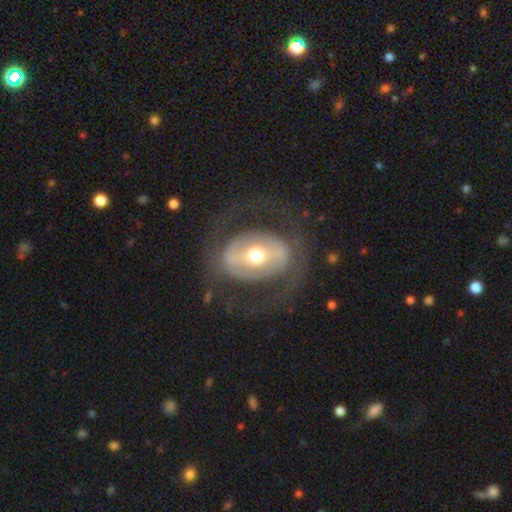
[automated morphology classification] Smooth or featured?
  - featured or disk: 70% *
  - smooth: 24%
  - star or artifact: 6%
Edge-on disk?
  - no: 94% *
  - yes: 6%
Bar?
  - strong: 44% *
  - weak: 28%
  - no: 28%
Spiral arms?
  - no: 66% *
  - yes: 34%
Bulge size?
  - moderate: 71% *
  - large: 16%
  - small: 10%
  - dominant: 2%
  - none: 1%
Merging?
  - none: 69% *
  - major disturbance: 16%
  - minor disturbance: 13%
  - merger: 1%